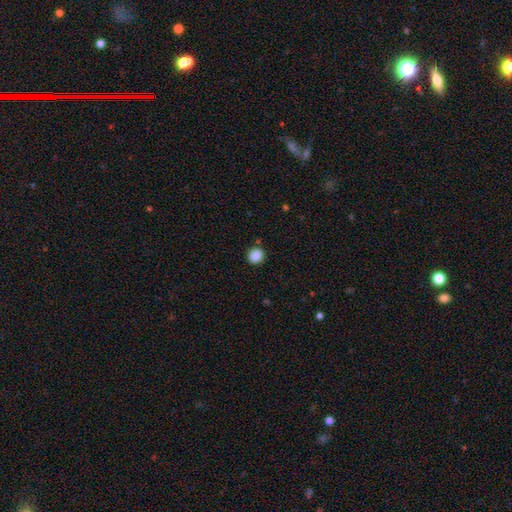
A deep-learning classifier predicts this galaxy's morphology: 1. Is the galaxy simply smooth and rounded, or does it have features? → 88% smooth, 9% star or artifact, 3% featured or disk.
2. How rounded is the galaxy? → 79% round, 20% in between, 1% cigar-shaped.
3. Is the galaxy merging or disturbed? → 86% none, 9% minor disturbance, 3% merger, 3% major disturbance.